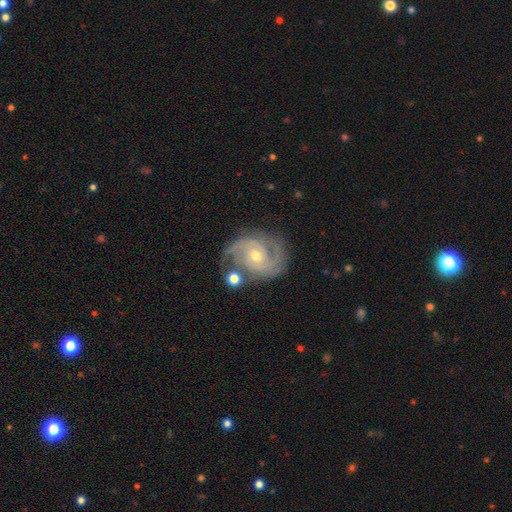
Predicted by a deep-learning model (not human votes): This appears to be a featured or disk galaxy (90%) with no bar (61%), 2 (67%) tight (50%) spiral arms (98%) and a moderate central bulge (57%). Merging: none (71%).